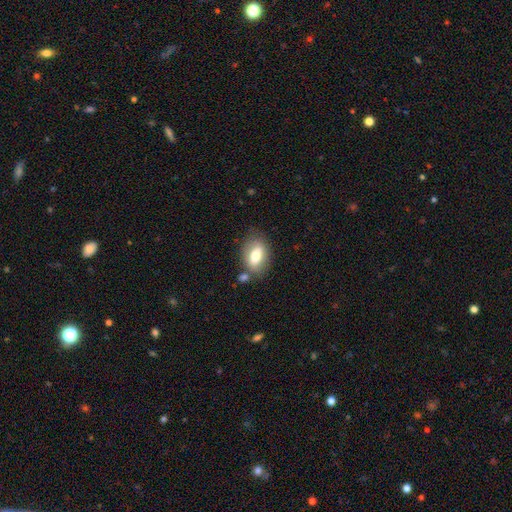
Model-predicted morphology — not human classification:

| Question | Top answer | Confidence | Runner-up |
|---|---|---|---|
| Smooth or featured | smooth | 69% | featured or disk (23%) |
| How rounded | in between | 87% | round (11%) |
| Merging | none | 66% | minor disturbance (17%) |